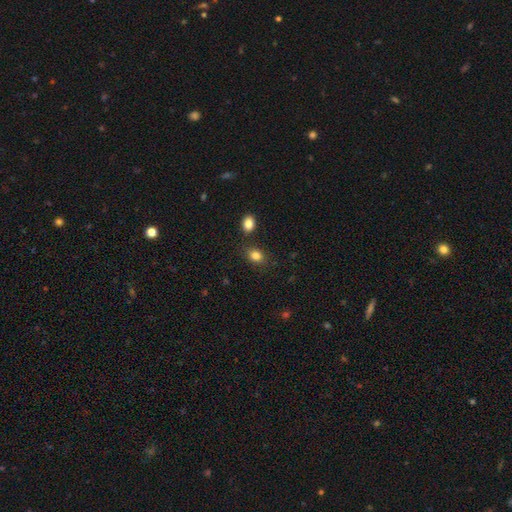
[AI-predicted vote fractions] Smooth or featured? Predicted: smooth (p=0.83). How rounded? Predicted: in between (p=0.60). Merging? Predicted: none (p=0.79).